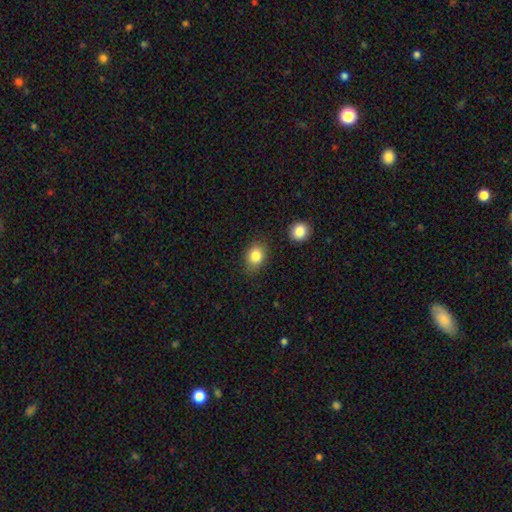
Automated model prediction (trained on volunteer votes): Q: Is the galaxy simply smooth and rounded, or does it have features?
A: smooth — 84%.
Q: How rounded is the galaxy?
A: in between — 59%.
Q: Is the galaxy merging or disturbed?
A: none — 80%.